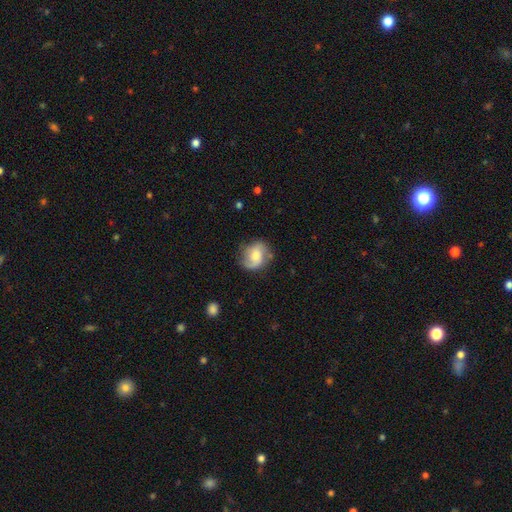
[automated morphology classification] Overall: featured or disk (58%; smooth 34%). Edge-on disk: no (97%). Bar: no (60%; weak 34%). Spiral arms: yes (88%). Spiral arm count: 2 (66%). Spiral winding: medium (41%; loose 36%). Bulge size: moderate (59%; small 31%). Merging: none (66%).